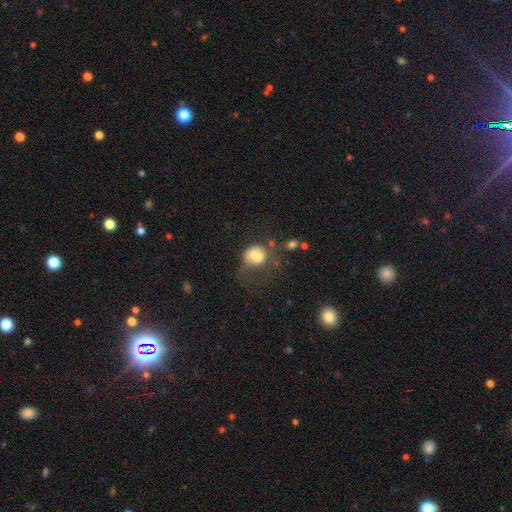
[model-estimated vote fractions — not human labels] This appears to be a smooth galaxy with no disk features (67%) that is in between round and cigar-shaped (50%). Merging: major disturbance (45%).